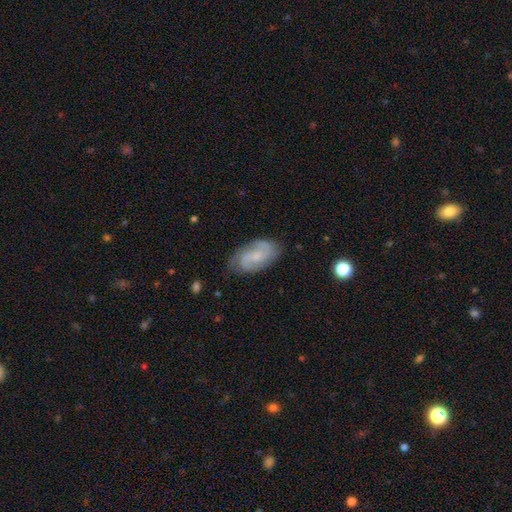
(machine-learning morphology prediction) The model was most divided on "spiral winding": medium: 44%, tight: 41%, loose: 14%. More confident: edge-on disk — no (96%); spiral arms — yes (95%); smooth or featured — featured or disk (77%); merging — none (76%); bulge size — small (71%); spiral arm count — 2 (71%); bar — no (56%).